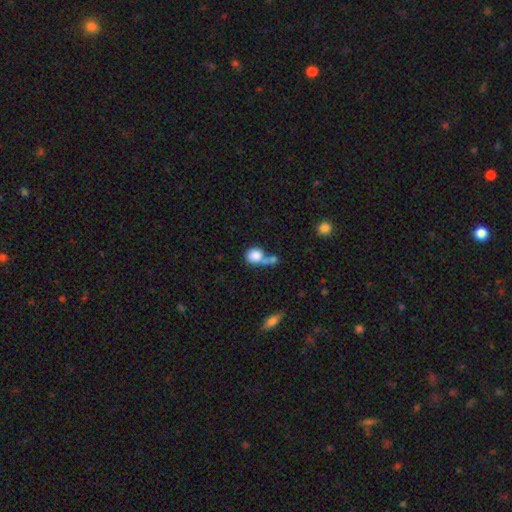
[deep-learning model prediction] The model was most divided on "merging": merger: 51%, none: 30%, minor disturbance: 10%, major disturbance: 8%. More confident: smooth or featured — smooth (82%); how rounded — round (71%).